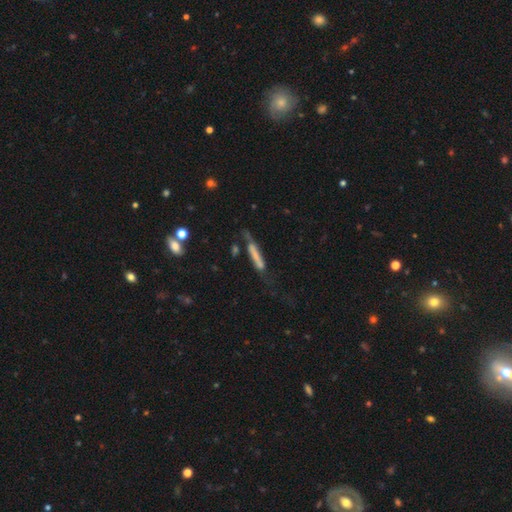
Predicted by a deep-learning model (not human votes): This is possibly a smooth galaxy (56%). How rounded: clearly cigar-shaped (90%). Merging: marginally none (42%).